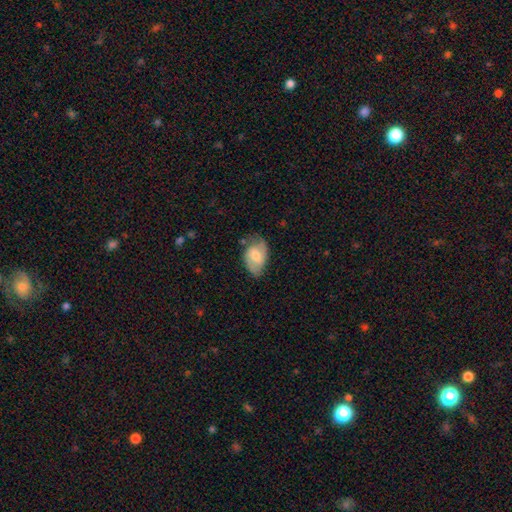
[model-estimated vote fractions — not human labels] This is possibly a featured or disk galaxy (47%). Merging: likely none (61%).